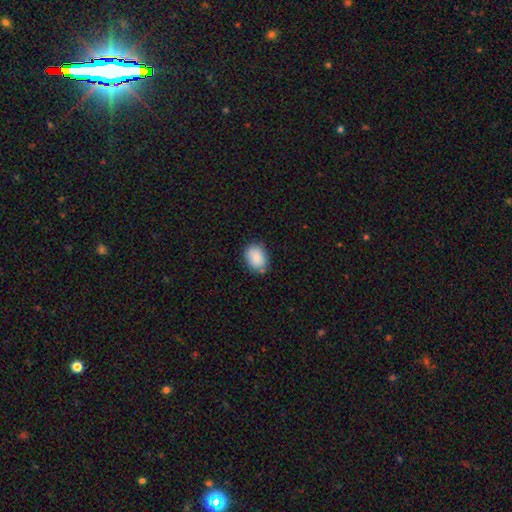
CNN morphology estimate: smooth_or_featured: smooth (p=0.87) [alt: star or artifact p=0.07]
how_rounded: in between (p=0.66) [alt: round p=0.33]
merging: none (p=0.79) [alt: minor disturbance p=0.16]